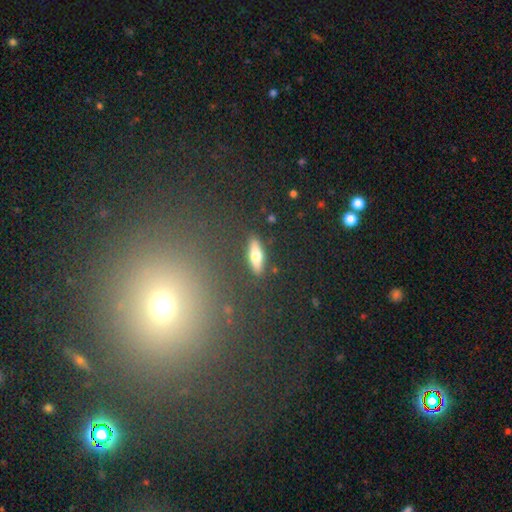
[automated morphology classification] This is likely a smooth galaxy (61%). How rounded: possibly cigar-shaped (49%). Merging: clearly none (86%).